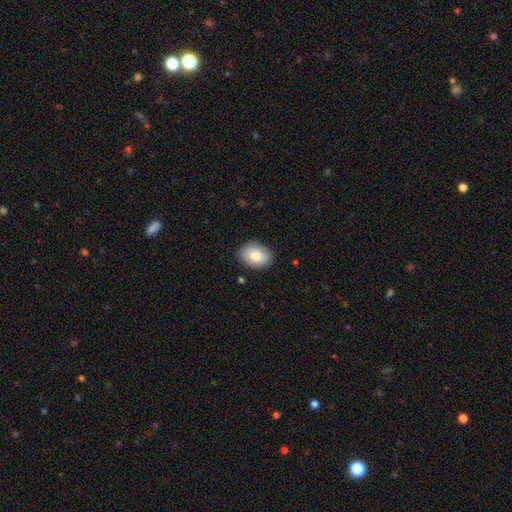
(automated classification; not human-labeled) Smooth or featured: smooth — 85% (featured or disk — 8%)
How rounded: in between — 75% (round — 24%)
Merging: none — 84% (minor disturbance — 13%)